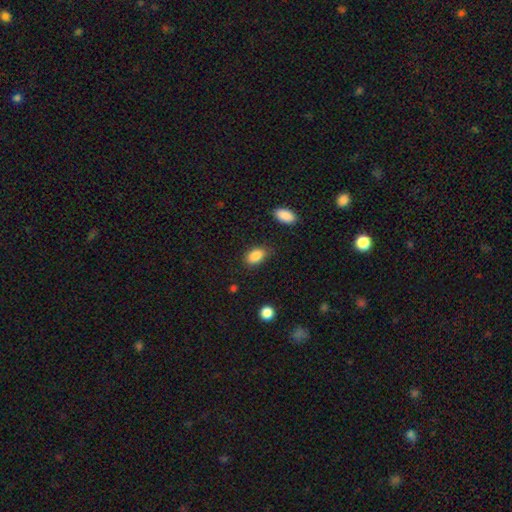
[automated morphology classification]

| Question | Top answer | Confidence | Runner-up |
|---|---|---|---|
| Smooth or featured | smooth | 86% | star or artifact (8%) |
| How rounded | in between | 89% | round (9%) |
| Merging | none | 79% | minor disturbance (15%) |